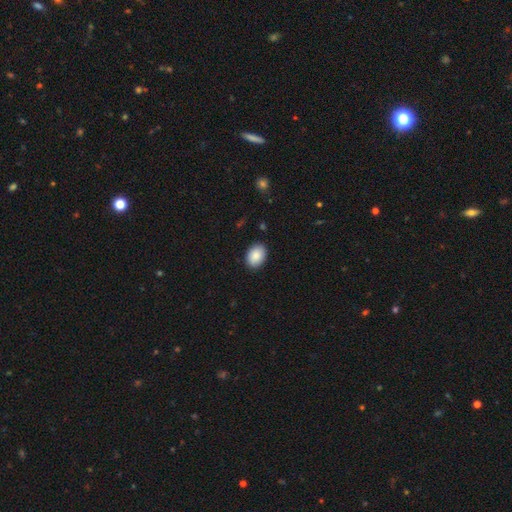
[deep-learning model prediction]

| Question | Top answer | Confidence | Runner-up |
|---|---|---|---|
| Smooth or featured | smooth | 89% | star or artifact (7%) |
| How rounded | in between | 77% | round (22%) |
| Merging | none | 89% | minor disturbance (8%) |